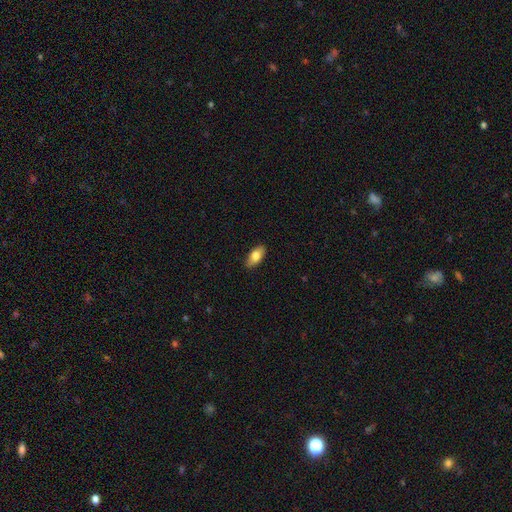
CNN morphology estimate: smooth 78%, featured or disk 16%, star or artifact 6%. Down the decision tree: how rounded — in between (89%); merging — none (87%).